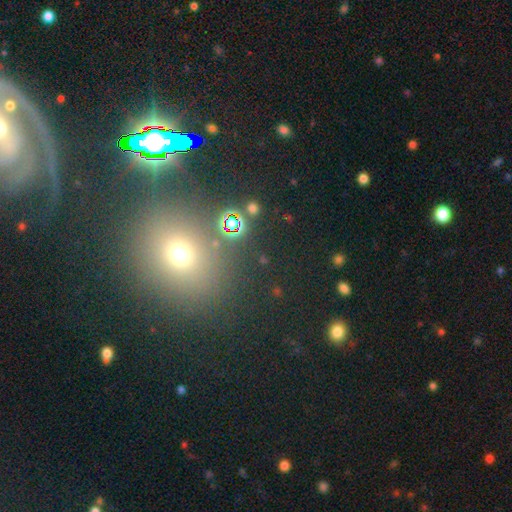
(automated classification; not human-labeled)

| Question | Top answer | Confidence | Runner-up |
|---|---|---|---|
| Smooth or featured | star or artifact | 51% | smooth (40%) |